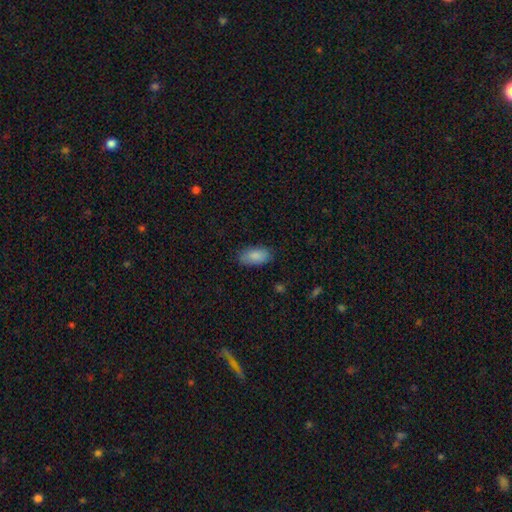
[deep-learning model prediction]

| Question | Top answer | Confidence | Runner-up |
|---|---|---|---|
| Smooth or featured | smooth | 88% | star or artifact (7%) |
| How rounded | in between | 92% | cigar-shaped (5%) |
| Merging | none | 82% | minor disturbance (14%) |